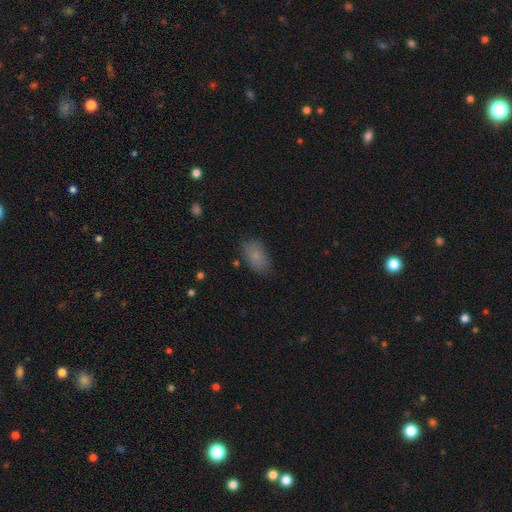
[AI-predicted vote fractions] Morphology: type=smooth (81%); roundness=in between (92%); merging=none (78%).